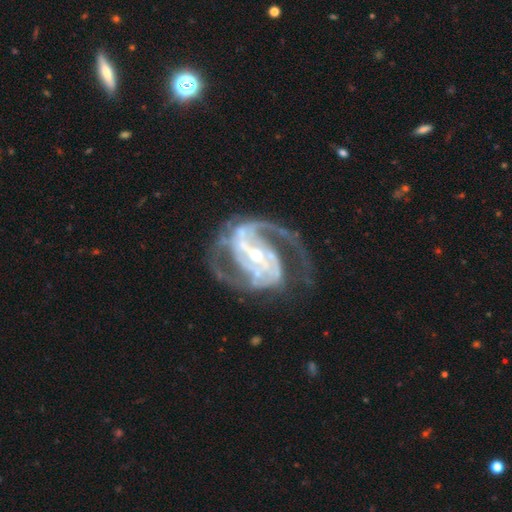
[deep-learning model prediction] Smooth or featured: featured or disk — 92% (star or artifact — 5%)
Edge-on disk: no — 98% (yes — 2%)
Bar: strong — 52% (weak — 33%)
Spiral arms: yes — 98% (no — 2%)
Spiral winding: medium — 54% (tight — 30%)
Spiral arm count: 2 — 63% (3 — 16%)
Bulge size: small — 56% (moderate — 40%)
Merging: none — 60% (major disturbance — 21%)